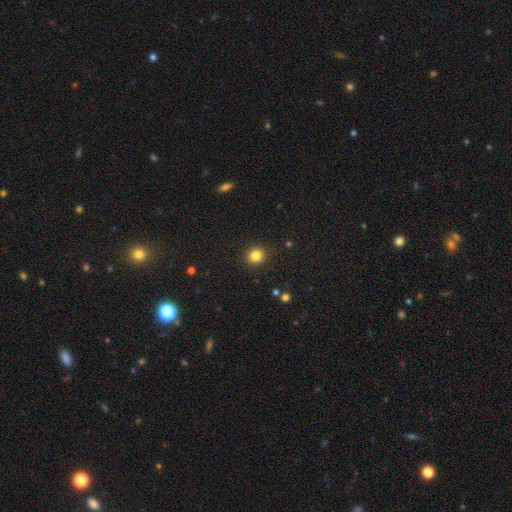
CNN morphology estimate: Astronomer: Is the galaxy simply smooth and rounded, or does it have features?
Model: smooth — 84%.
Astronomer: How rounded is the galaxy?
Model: round — 83%.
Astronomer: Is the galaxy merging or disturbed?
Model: none — 91%.